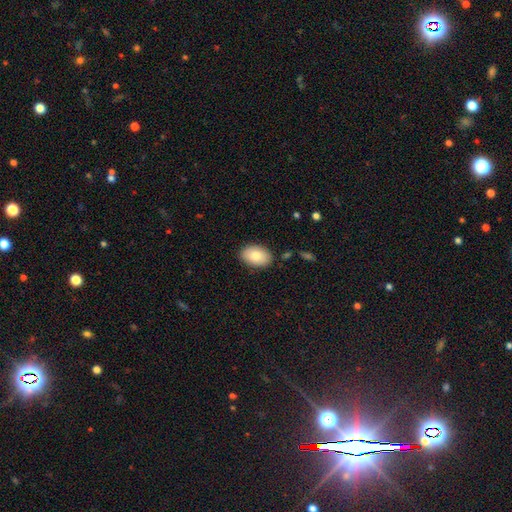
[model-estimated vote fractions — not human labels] A smooth galaxy with no disk features (82%) that is in between round and cigar-shaped (89%). Merging: none (86%).